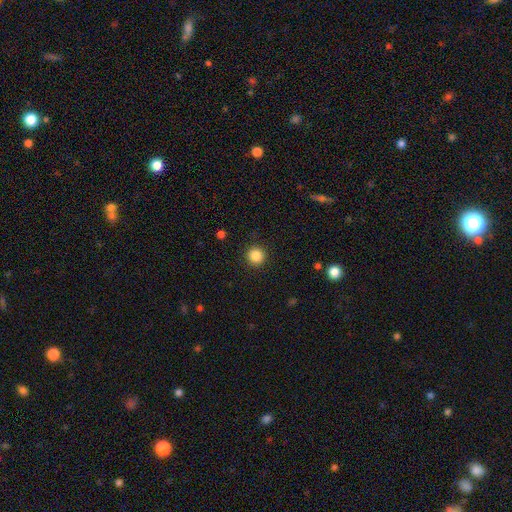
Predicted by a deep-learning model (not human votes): Q: Smooth or featured?
A: smooth (86%); runner-up: star or artifact (11%)
Q: How rounded?
A: round (95%); runner-up: in between (4%)
Q: Merging?
A: none (92%); runner-up: minor disturbance (5%)